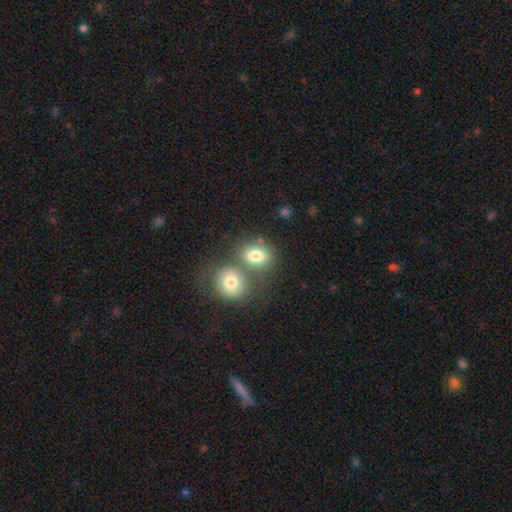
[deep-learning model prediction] Smooth or featured?
  - smooth: 79% *
  - featured or disk: 11%
  - star or artifact: 10%
How rounded?
  - in between: 62% *
  - round: 36%
  - cigar-shaped: 2%
Merging?
  - none: 46% *
  - merger: 38%
  - minor disturbance: 11%
  - major disturbance: 5%